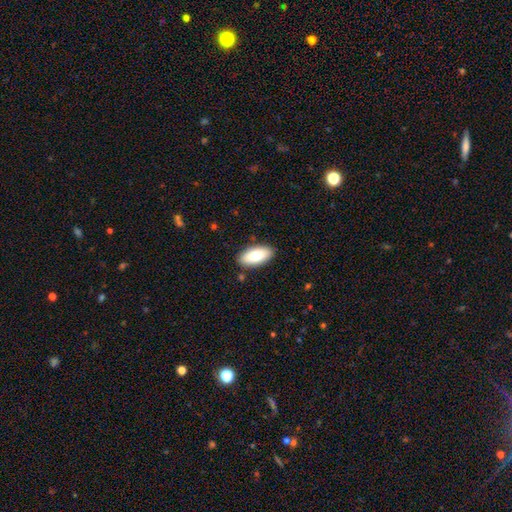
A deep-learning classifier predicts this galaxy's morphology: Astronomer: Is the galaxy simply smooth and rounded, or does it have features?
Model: smooth — 77%.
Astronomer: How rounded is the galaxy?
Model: in between — 92%.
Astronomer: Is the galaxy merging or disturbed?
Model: none — 88%.